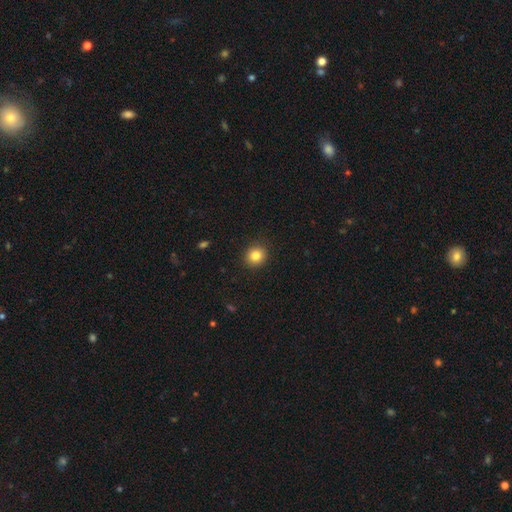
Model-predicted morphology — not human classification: type=smooth (84%); roundness=round (88%); merging=none (91%).